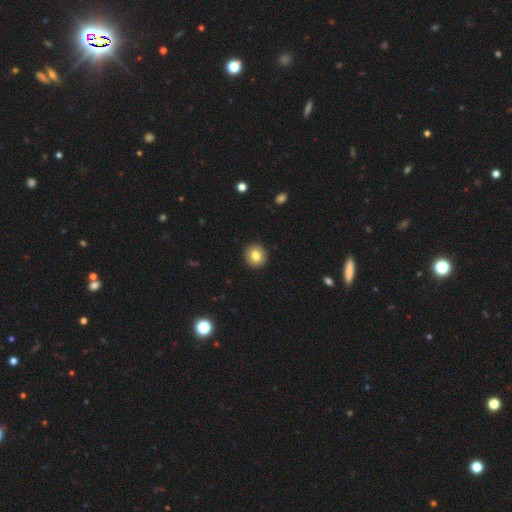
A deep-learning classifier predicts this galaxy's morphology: Smooth or featured: smooth — 82% (featured or disk — 9%)
How rounded: round — 87% (in between — 12%)
Merging: none — 92% (minor disturbance — 5%)